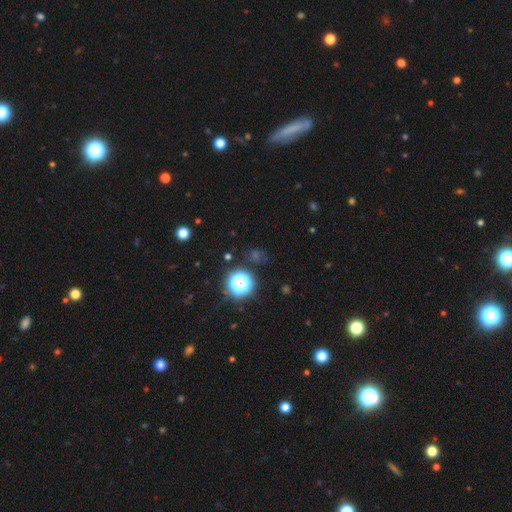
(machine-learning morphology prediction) A star or artifact, not a galaxy (67%).

Vote fractions:
- Smooth or featured? star or artifact: 67% / smooth: 24% / featured or disk: 9%